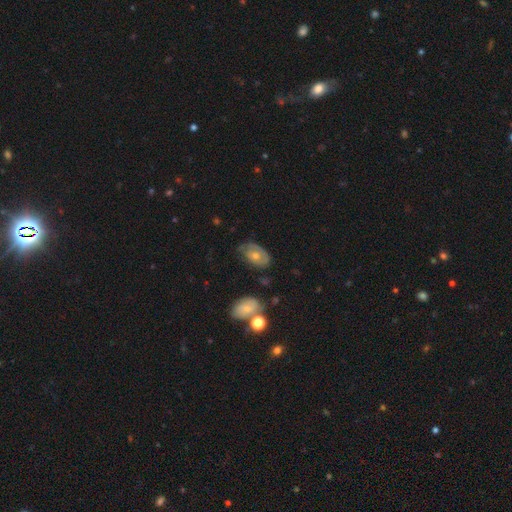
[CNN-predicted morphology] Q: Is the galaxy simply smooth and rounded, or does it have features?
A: featured or disk — 48%.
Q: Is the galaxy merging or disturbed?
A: none — 54%.